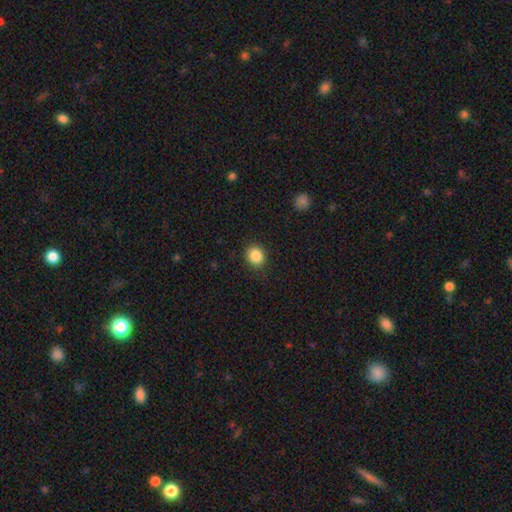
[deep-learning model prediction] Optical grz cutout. It shows a smooth galaxy with no disk features (87%) that is round (82%). Merging: none (89%).